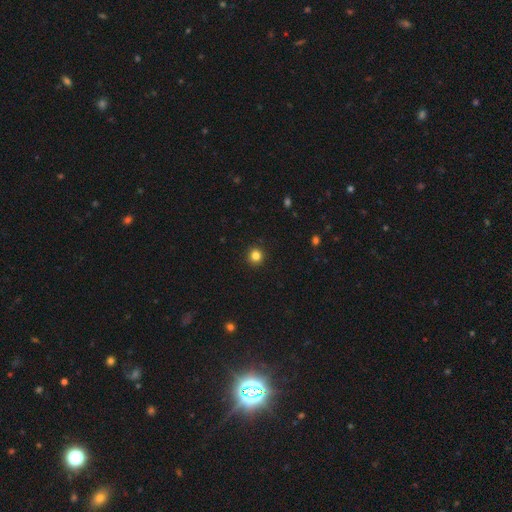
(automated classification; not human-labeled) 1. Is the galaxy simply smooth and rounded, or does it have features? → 83% smooth, 13% star or artifact, 5% featured or disk.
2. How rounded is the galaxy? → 94% round, 5% in between, 1% cigar-shaped.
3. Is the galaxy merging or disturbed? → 93% none, 5% minor disturbance, 2% major disturbance, 1% merger.